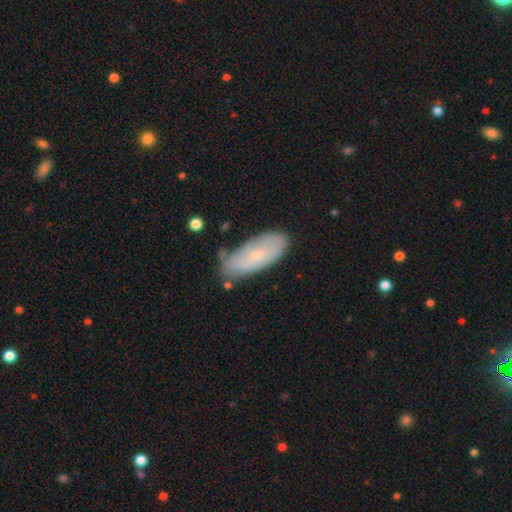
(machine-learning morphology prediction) The model was most divided on "smooth or featured": smooth: 57%, featured or disk: 36%, star or artifact: 7%. More confident: how rounded — in between (79%); merging — none (61%).